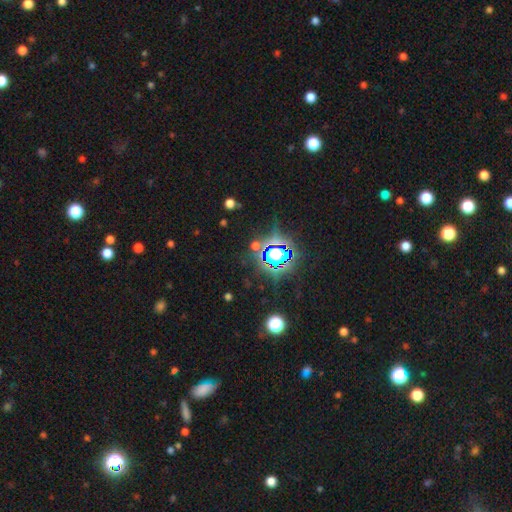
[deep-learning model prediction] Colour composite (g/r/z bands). It shows a star or artifact, not a galaxy (81%).